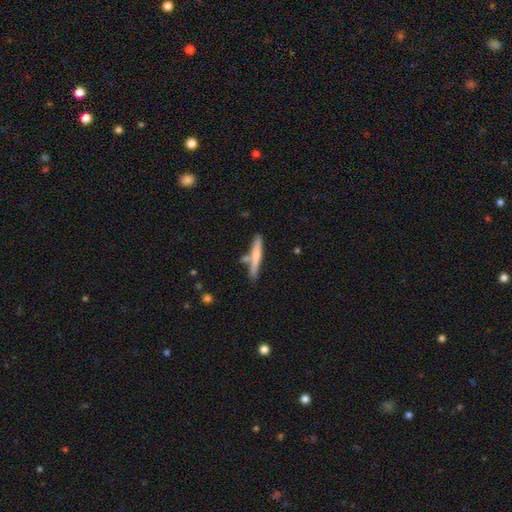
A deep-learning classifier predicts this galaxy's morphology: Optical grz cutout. It shows a smooth galaxy with no disk features (63%) that is cigar-shaped (94%). Merging: none (73%).